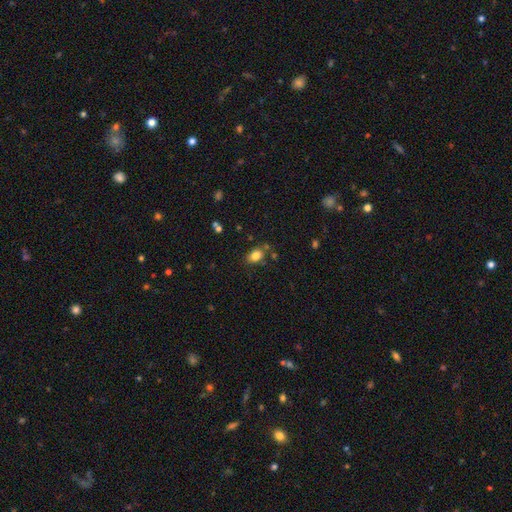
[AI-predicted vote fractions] This is clearly a smooth galaxy (82%). How rounded: likely in between (74%). Merging: likely none (75%).